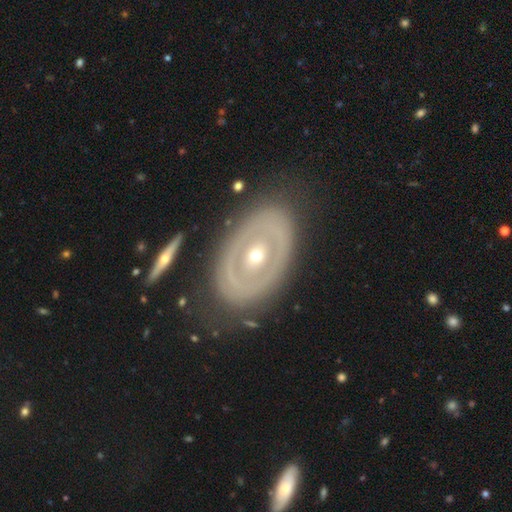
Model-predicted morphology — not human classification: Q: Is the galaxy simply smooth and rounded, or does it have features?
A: featured or disk — 70%.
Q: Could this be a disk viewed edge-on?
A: no — 92%.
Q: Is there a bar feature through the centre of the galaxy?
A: no — 83%.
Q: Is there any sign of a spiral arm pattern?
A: no — 82%.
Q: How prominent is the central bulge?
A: moderate — 49%.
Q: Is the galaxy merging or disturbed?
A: none — 80%.